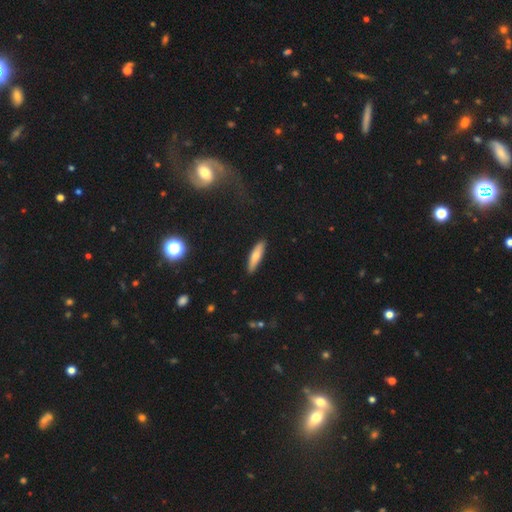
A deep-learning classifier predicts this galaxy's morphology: smooth-or-featured: smooth: 72% | featured or disk: 21% | star or artifact: 6%
  how-rounded: cigar-shaped: 73% | in between: 25% | round: 2%
  merging: none: 89% | minor disturbance: 9% | major disturbance: 2% | merger: 1%